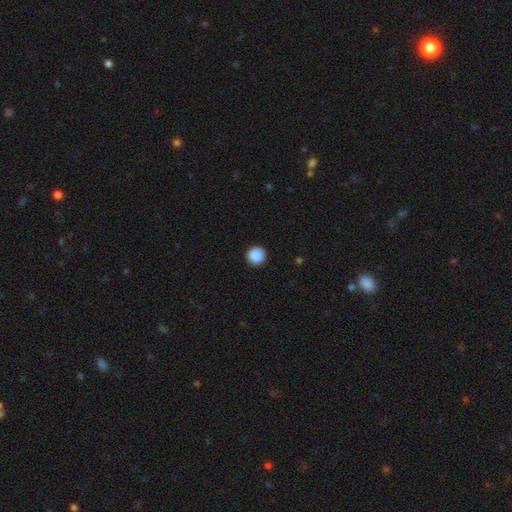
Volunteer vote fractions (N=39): Smooth or featured: smooth — 95% (featured or disk — 5%)
How rounded: round — 100%
Merging: none — 85% (minor disturbance — 15%)